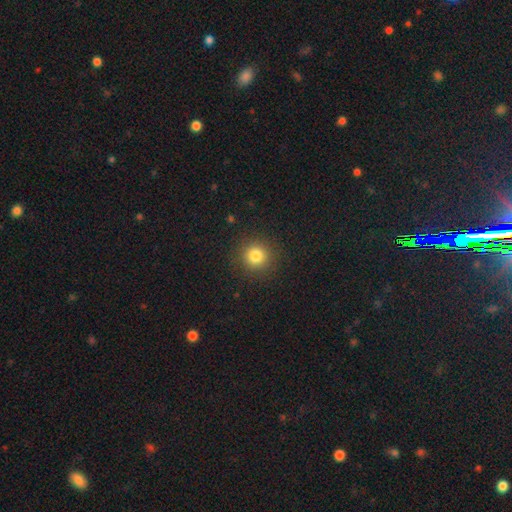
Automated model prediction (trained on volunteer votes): Smooth or featured?
  - smooth: 81% *
  - star or artifact: 13%
  - featured or disk: 6%
How rounded?
  - round: 93% *
  - in between: 6%
  - cigar-shaped: 1%
Merging?
  - none: 90% *
  - minor disturbance: 6%
  - major disturbance: 3%
  - merger: 1%